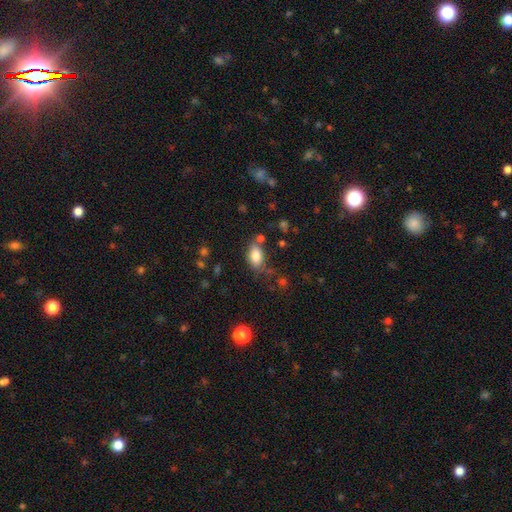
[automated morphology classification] Overall: smooth (84%). How rounded: in between (90%). Merging: none (69%).